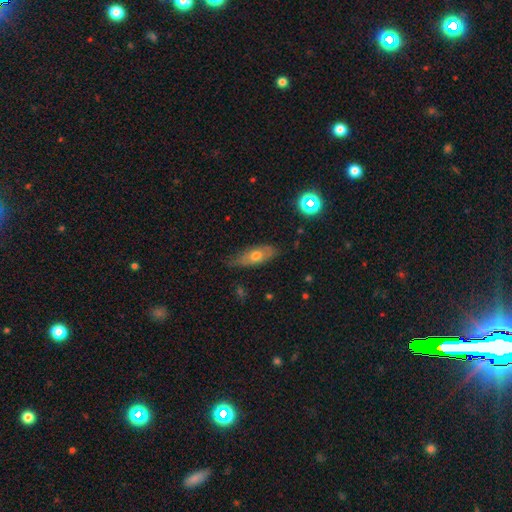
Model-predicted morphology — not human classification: The model was most divided on "smooth or featured": smooth: 55%, featured or disk: 36%, star or artifact: 9%. More confident: merging — none (70%); how rounded — in between (67%).